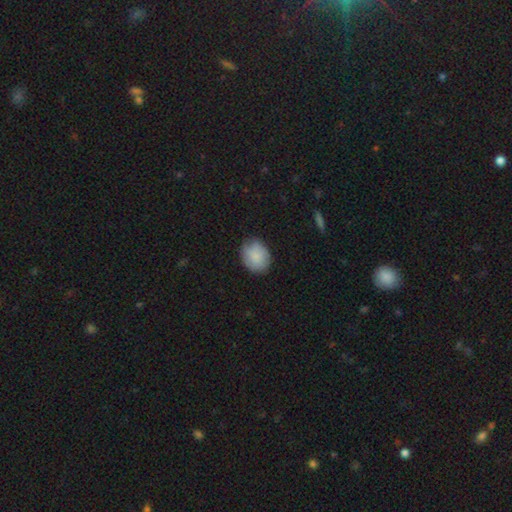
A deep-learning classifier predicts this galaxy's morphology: smooth-or-featured: smooth: 83% | featured or disk: 10% | star or artifact: 7%
  how-rounded: round: 53% | in between: 46% | cigar-shaped: 1%
  merging: none: 77% | minor disturbance: 18% | major disturbance: 4% | merger: 1%